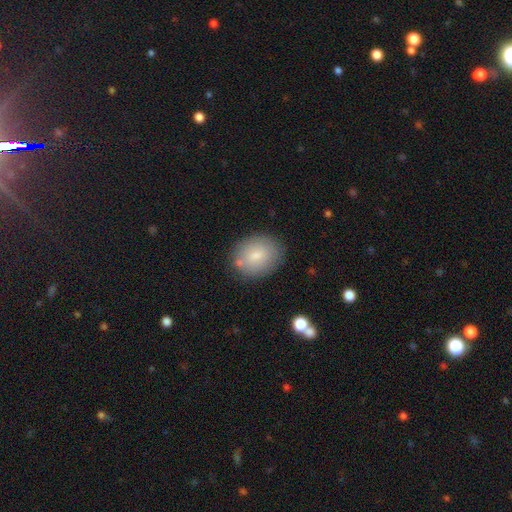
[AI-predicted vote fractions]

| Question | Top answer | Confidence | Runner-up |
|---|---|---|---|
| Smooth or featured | smooth | 78% | featured or disk (14%) |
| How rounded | in between | 55% | round (44%) |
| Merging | none | 78% | minor disturbance (14%) |